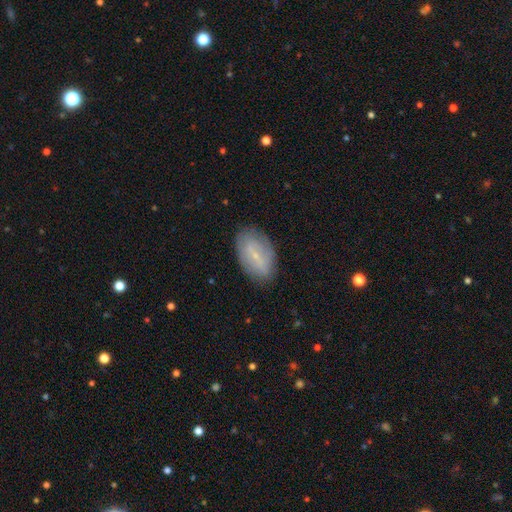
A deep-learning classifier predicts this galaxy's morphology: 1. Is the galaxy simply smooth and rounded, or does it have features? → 49% featured or disk, 43% smooth, 8% star or artifact.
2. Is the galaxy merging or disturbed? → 81% none, 14% minor disturbance, 4% major disturbance, 1% merger.